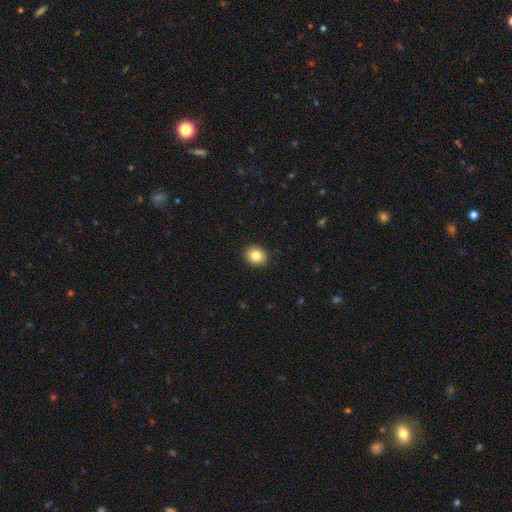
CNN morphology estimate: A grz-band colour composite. It shows a smooth galaxy with no disk features (84%) that is round (65%). Merging: none (91%).